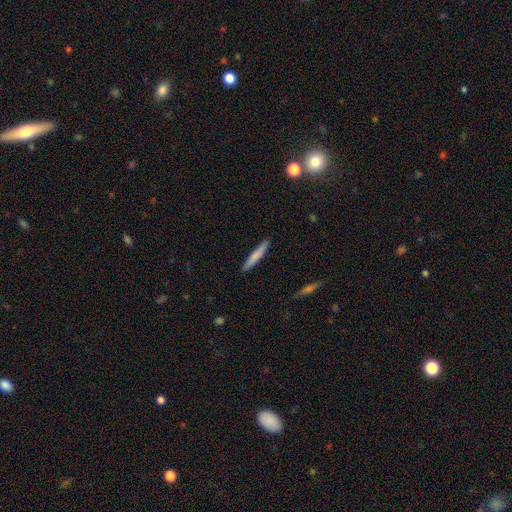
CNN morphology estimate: The model was most divided on "smooth or featured": smooth: 75%, featured or disk: 20%, star or artifact: 5%. More confident: how rounded — cigar-shaped (94%); merging — none (90%).